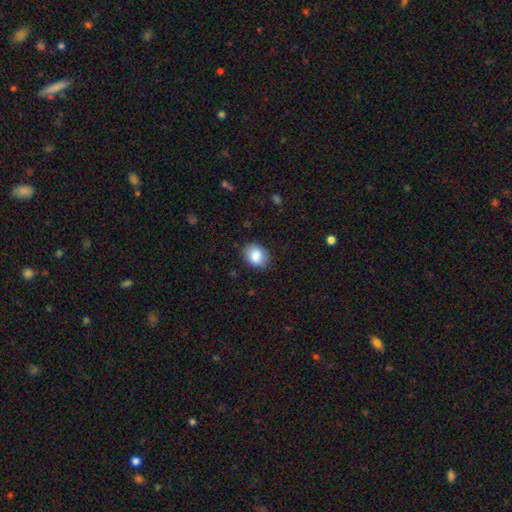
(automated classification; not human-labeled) This is clearly a smooth galaxy (86%). How rounded: possibly in between (50%). Merging: clearly none (83%).